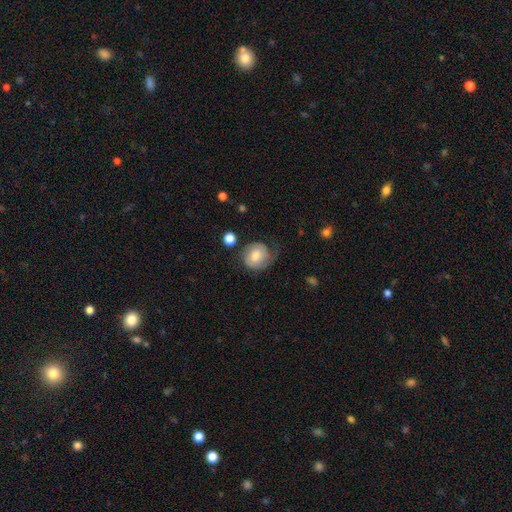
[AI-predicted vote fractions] Smooth or featured: smooth — 55% (featured or disk — 38%)
How rounded: round — 81% (in between — 18%)
Merging: none — 52% (minor disturbance — 28%)